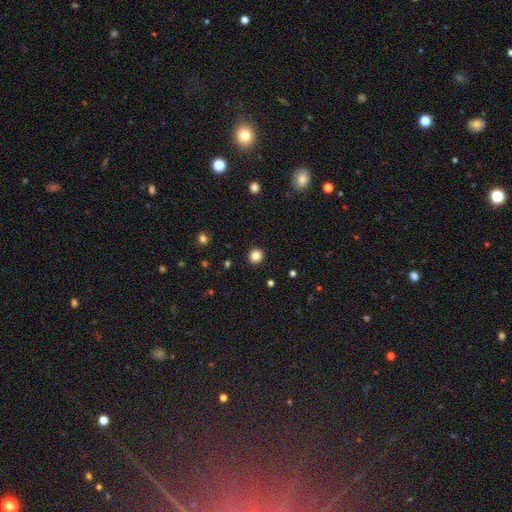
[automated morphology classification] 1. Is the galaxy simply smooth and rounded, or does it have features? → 85% smooth, 12% star or artifact, 4% featured or disk.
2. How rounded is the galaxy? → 93% round, 6% in between, 1% cigar-shaped.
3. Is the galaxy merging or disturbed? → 93% none, 4% minor disturbance, 2% major disturbance, 1% merger.